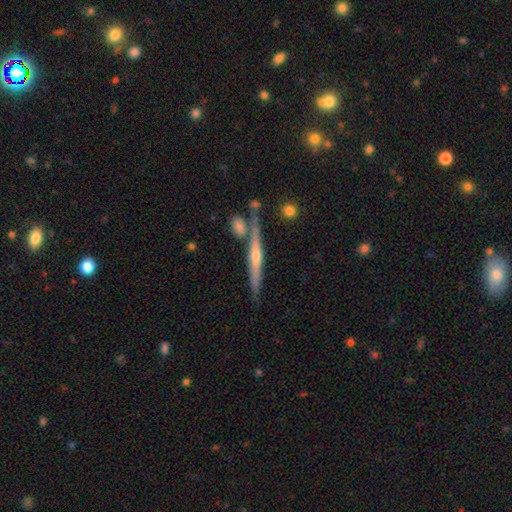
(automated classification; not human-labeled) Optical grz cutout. It shows a featured or disk galaxy (77%) viewed edge-on (97%) with a rounded central bulge (81%). Merging: none (80%).